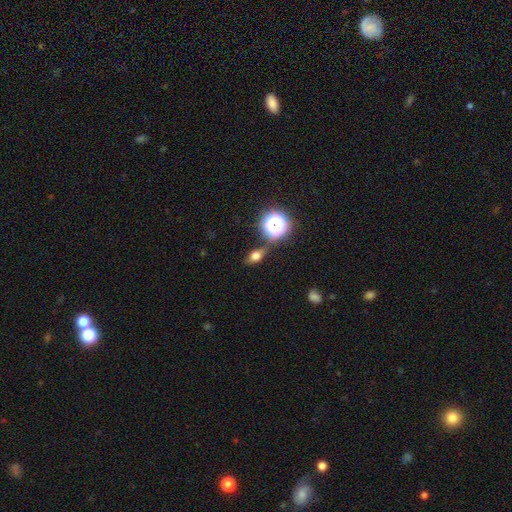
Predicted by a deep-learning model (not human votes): smooth-or-featured: smooth: 56% | featured or disk: 23% | star or artifact: 22%
  how-rounded: in between: 59% | round: 33% | cigar-shaped: 8%
  merging: none: 68% | minor disturbance: 17% | merger: 8% | major disturbance: 7%